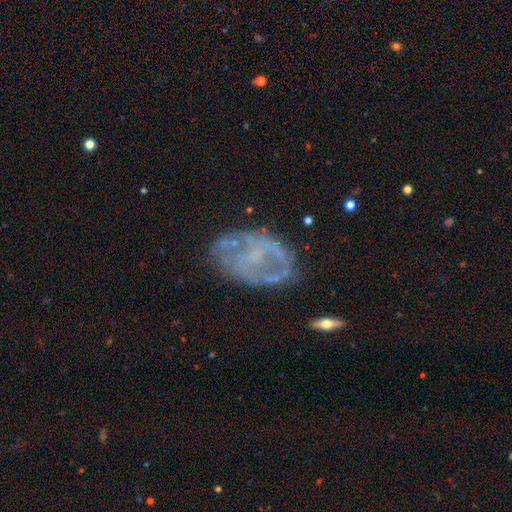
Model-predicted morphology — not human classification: smooth-or-featured: featured or disk: 71% | smooth: 19% | star or artifact: 9%
  disk-edge-on: no: 97% | yes: 3%
    bar: no: 64% | weak: 28% | strong: 8%
    has-spiral-arms: yes: 52% | no: 48%
    bulge-size: none: 47% | small: 40% | moderate: 10% | large: 1% | dominant: 1%
  merging: none: 63% | minor disturbance: 21% | major disturbance: 14% | merger: 3%